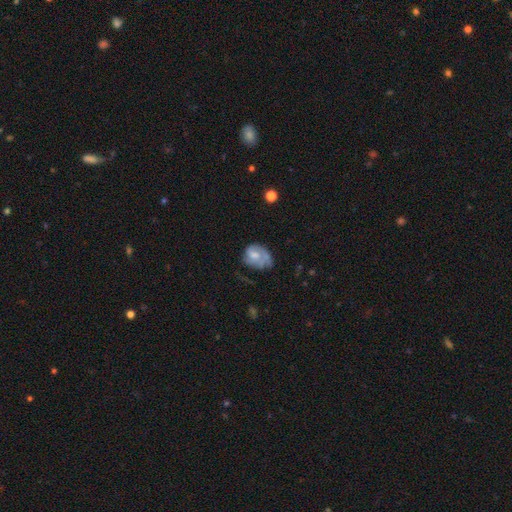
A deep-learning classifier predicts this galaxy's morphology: Q: Smooth or featured?
A: smooth (46%); tied with: featured or disk (46%)
Q: Merging?
A: none (37%); runner-up: minor disturbance (34%)